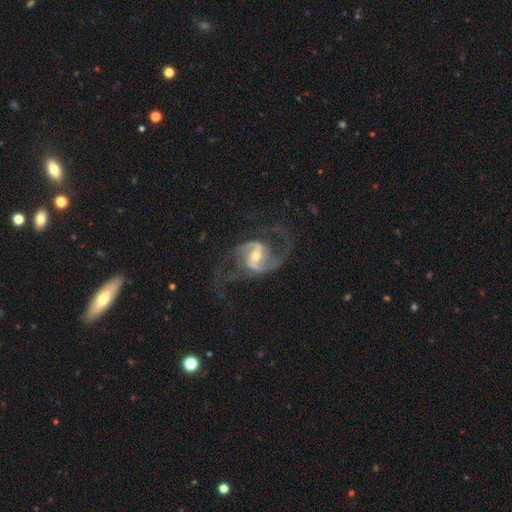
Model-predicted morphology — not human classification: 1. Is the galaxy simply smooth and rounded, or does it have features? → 91% featured or disk, 5% star or artifact, 4% smooth.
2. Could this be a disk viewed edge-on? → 97% no, 3% yes.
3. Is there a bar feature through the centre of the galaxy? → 43% weak, 36% strong, 20% no.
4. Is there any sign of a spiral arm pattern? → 97% yes, 3% no.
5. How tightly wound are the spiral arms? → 46% medium, 45% loose, 9% tight.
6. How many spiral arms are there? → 89% 2, 3% 3, 3% can't tell, 2% 1, 1% 4, 1% more than 4.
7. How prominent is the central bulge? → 59% moderate, 35% small, 4% large, 1% none, 1% dominant.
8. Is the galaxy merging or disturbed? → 65% none, 19% major disturbance, 14% minor disturbance, 2% merger.